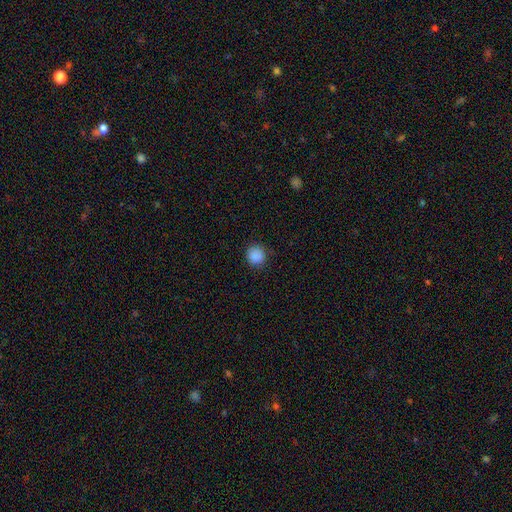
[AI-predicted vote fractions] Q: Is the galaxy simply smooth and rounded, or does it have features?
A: smooth — 88%.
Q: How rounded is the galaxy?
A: round — 90%.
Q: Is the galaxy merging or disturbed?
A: none — 88%.